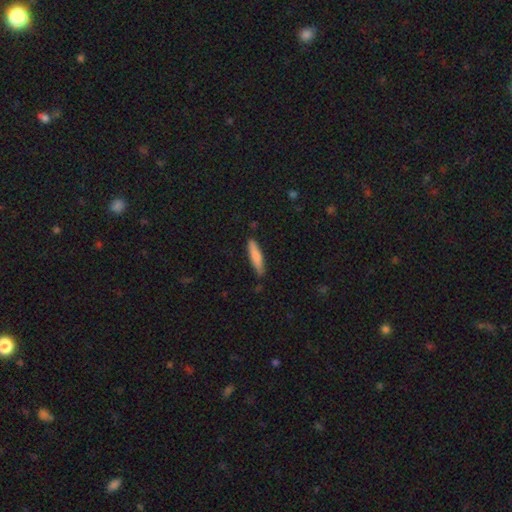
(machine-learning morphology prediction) smooth-or-featured: smooth: 79% | featured or disk: 15% | star or artifact: 5%
  how-rounded: cigar-shaped: 84% | in between: 15% | round: 1%
  merging: none: 84% | minor disturbance: 12% | major disturbance: 2% | merger: 2%